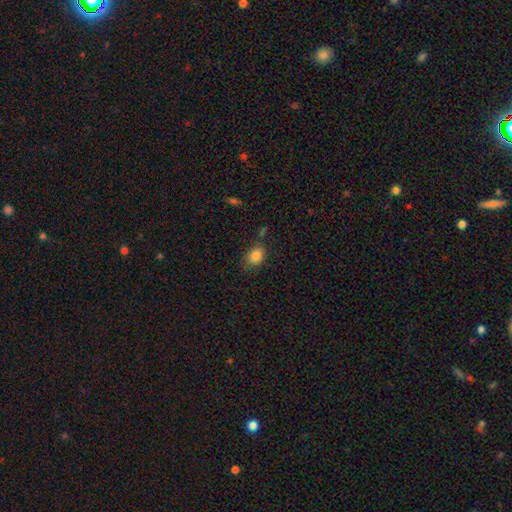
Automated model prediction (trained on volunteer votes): smooth-or-featured: smooth: 85% | star or artifact: 10% | featured or disk: 5%
  how-rounded: in between: 60% | round: 39% | cigar-shaped: 1%
  merging: none: 64% | minor disturbance: 21% | merger: 8% | major disturbance: 6%